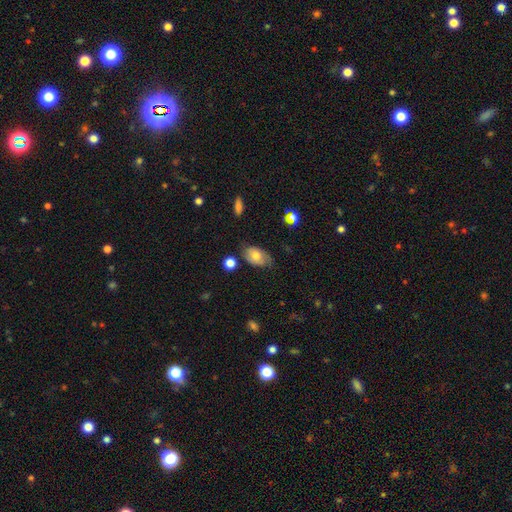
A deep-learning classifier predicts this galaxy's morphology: A smooth galaxy with no disk features (67%) that is in between round and cigar-shaped (88%).

Vote fractions:
- Smooth or featured? smooth: 67% / featured or disk: 24% / star or artifact: 9%
- How rounded? in between: 88% / round: 10% / cigar-shaped: 2%
- Merging? none: 61% / minor disturbance: 29% / major disturbance: 6% / merger: 3%